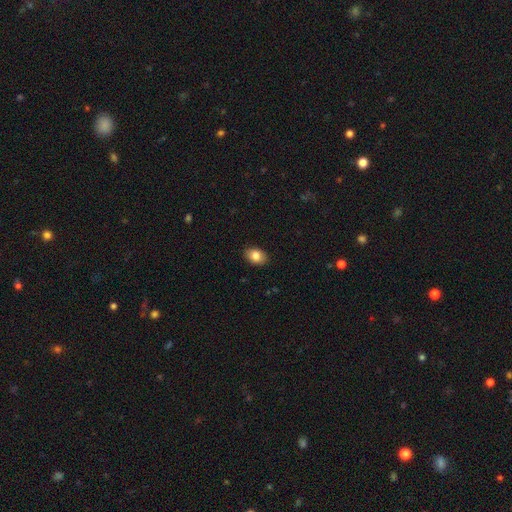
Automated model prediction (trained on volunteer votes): This is clearly a smooth galaxy (85%). How rounded: likely in between (78%). Merging: clearly none (89%).